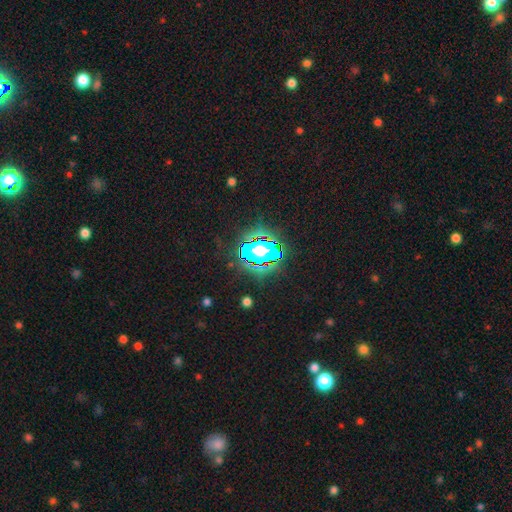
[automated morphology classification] Q: Smooth or featured?
A: star or artifact (81%); runner-up: smooth (11%)